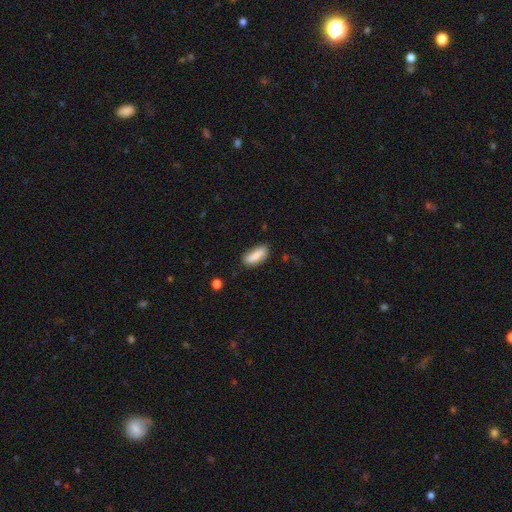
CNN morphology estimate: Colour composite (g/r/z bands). It shows a smooth galaxy with no disk features (85%) that is in between round and cigar-shaped (73%). Merging: none (75%).